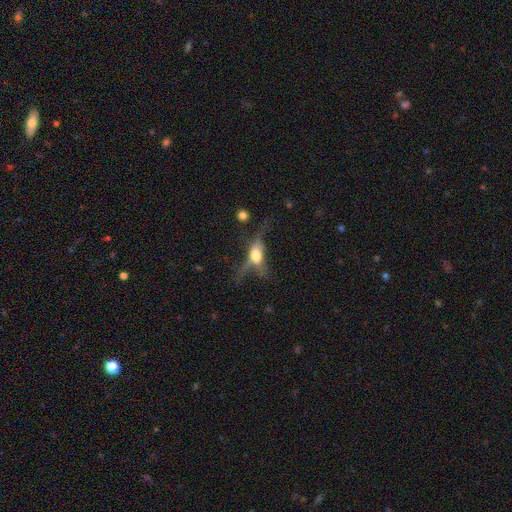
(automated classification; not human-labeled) featured or disk 54%, smooth 34%, star or artifact 12%. Down the decision tree: edge-on disk — yes (70%); merging — none (40%).